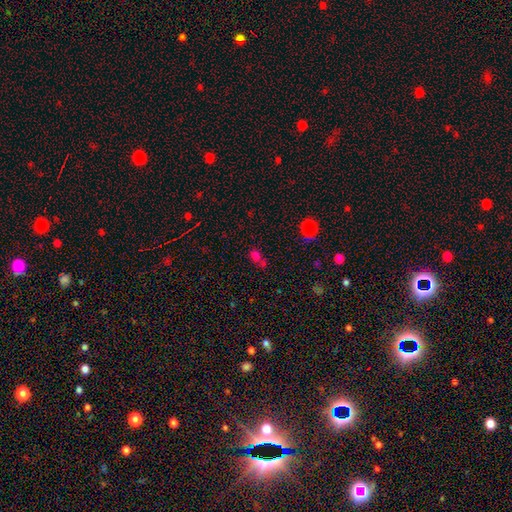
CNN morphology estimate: Q: Smooth or featured?
A: smooth (69%); runner-up: star or artifact (23%)
Q: How rounded?
A: round (50%); runner-up: in between (47%)
Q: Merging?
A: none (45%); runner-up: merger (37%)